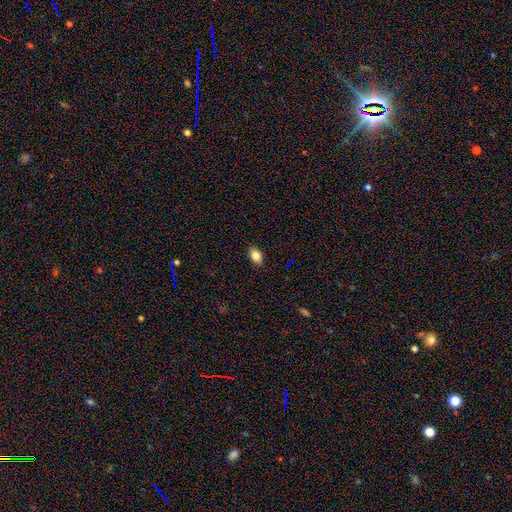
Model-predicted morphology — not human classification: Smooth or featured? Predicted: smooth (p=0.83). How rounded? Predicted: in between (p=0.87). Merging? Predicted: none (p=0.89).